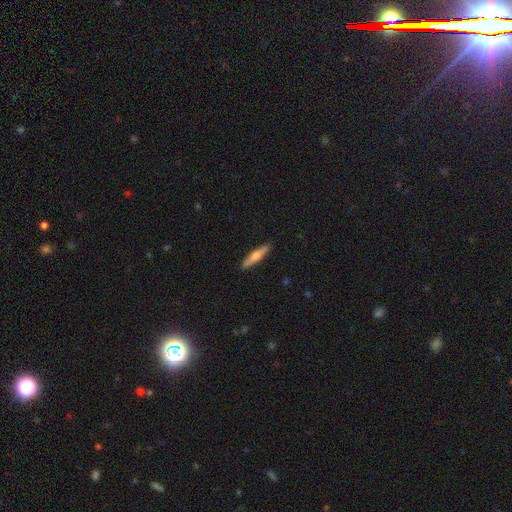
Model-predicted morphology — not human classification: A smooth galaxy with no disk features (55%) that is cigar-shaped (88%). Merging: none (90%).